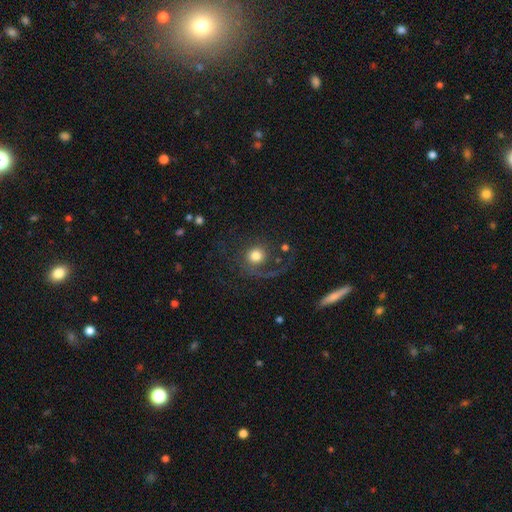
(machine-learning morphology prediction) A featured or disk galaxy (45%). Merging: none (52%).